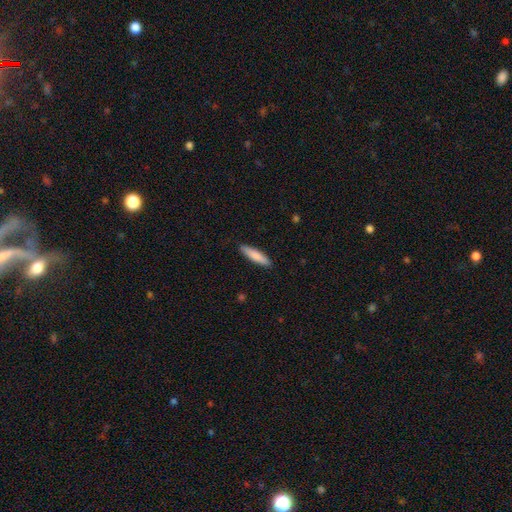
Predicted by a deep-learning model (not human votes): Smooth or featured? Predicted: smooth (p=0.81). How rounded? Predicted: cigar-shaped (p=0.79). Merging? Predicted: none (p=0.90).